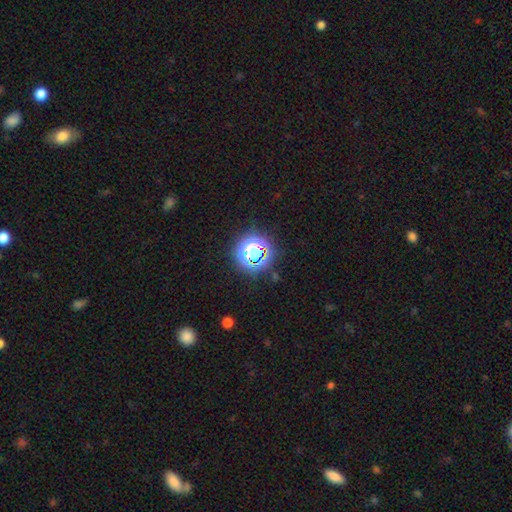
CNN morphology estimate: This appears to be a star or artifact, not a galaxy (59%).